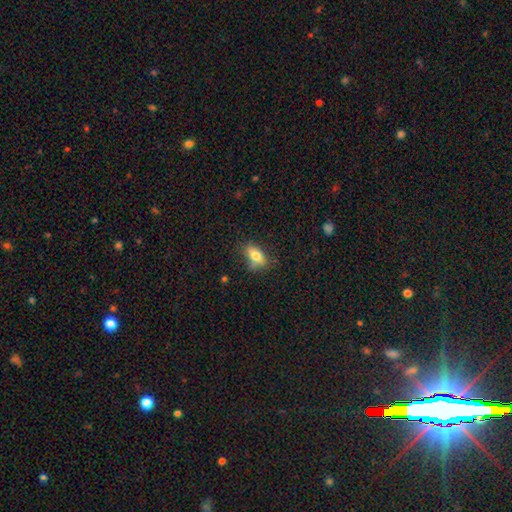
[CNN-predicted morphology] Smooth or featured? Predicted: smooth (p=0.78). How rounded? Predicted: in between (p=0.86). Merging? Predicted: none (p=0.68).